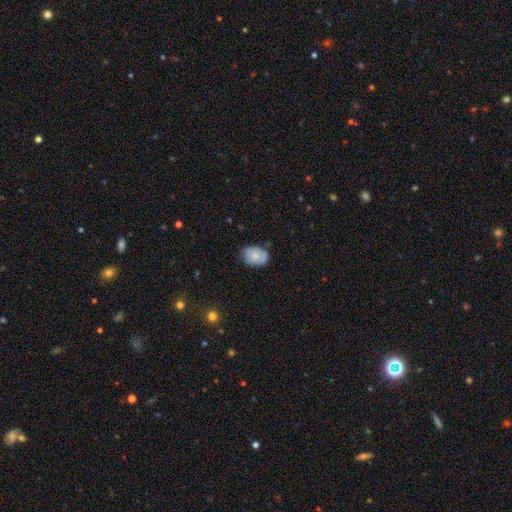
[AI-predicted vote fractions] smooth 75%, featured or disk 18%, star or artifact 7%. Down the decision tree: how rounded — in between (71%); merging — none (68%).